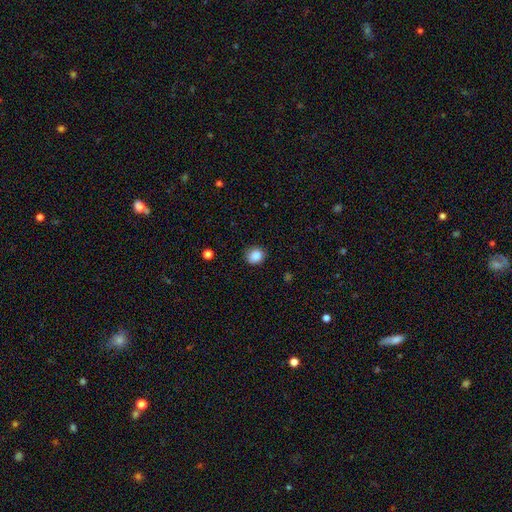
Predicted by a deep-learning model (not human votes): Overall: smooth (87%). How rounded: round (82%). Merging: none (86%).